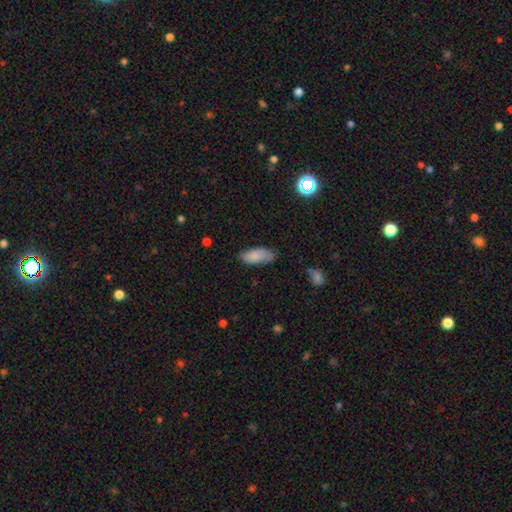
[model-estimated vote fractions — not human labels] Overall: smooth (85%). How rounded: in between (84%). Merging: none (73%).